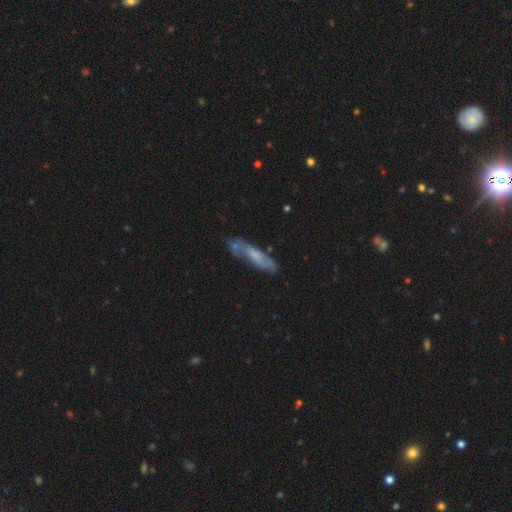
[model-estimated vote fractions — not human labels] Smooth or featured: smooth — 48% (featured or disk — 45%)
Merging: none — 58% (minor disturbance — 22%)